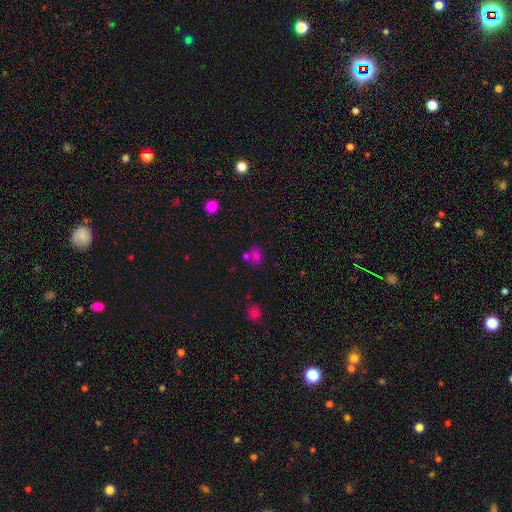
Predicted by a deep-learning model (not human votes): A smooth galaxy with no disk features (70%) that is in between round and cigar-shaped (50%). Merging: none (52%).